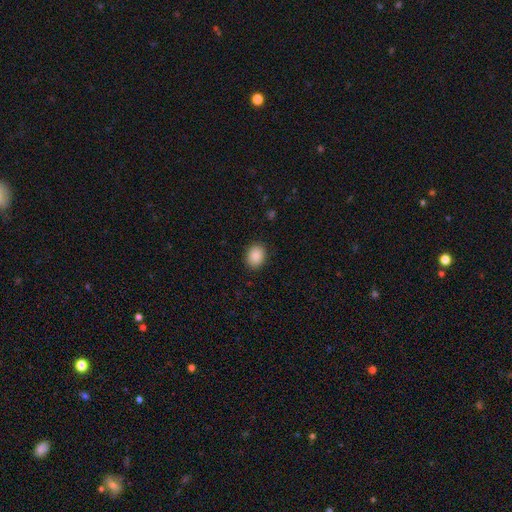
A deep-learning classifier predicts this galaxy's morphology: Q: Smooth or featured?
A: smooth (88%); runner-up: star or artifact (8%)
Q: How rounded?
A: in between (56%); runner-up: round (43%)
Q: Merging?
A: none (89%); runner-up: minor disturbance (8%)